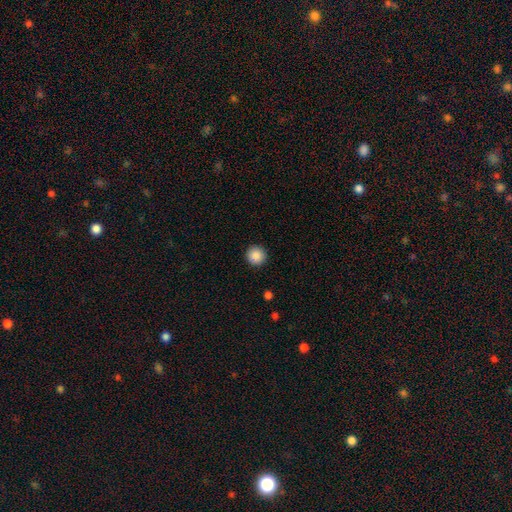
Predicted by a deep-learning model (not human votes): Smooth or featured?
  - smooth: 88% *
  - star or artifact: 8%
  - featured or disk: 4%
How rounded?
  - round: 94% *
  - in between: 5%
  - cigar-shaped: 1%
Merging?
  - none: 92% *
  - minor disturbance: 6%
  - major disturbance: 2%
  - merger: 1%